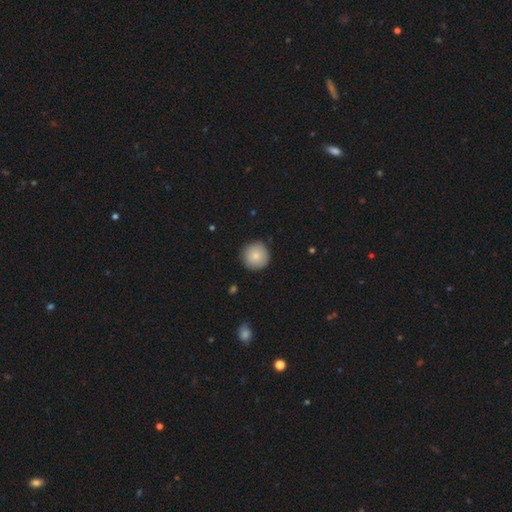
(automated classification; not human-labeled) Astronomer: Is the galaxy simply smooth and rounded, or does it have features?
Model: smooth — 83%.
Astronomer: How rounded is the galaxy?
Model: round — 96%.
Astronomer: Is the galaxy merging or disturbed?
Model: none — 89%.